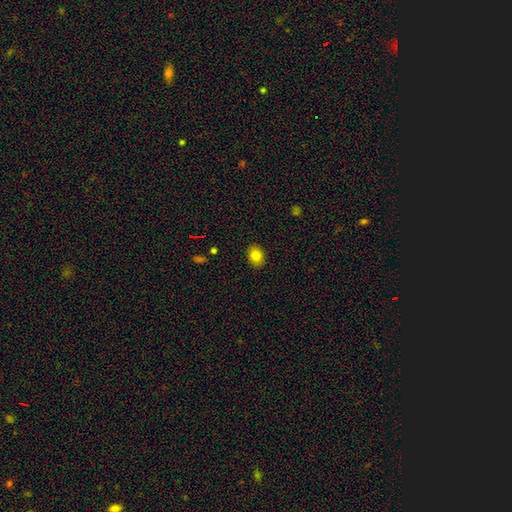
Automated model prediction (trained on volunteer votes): smooth_or_featured: smooth (p=0.82) [alt: star or artifact p=0.10]
how_rounded: in between (p=0.61) [alt: round p=0.38]
merging: none (p=0.89) [alt: minor disturbance p=0.08]